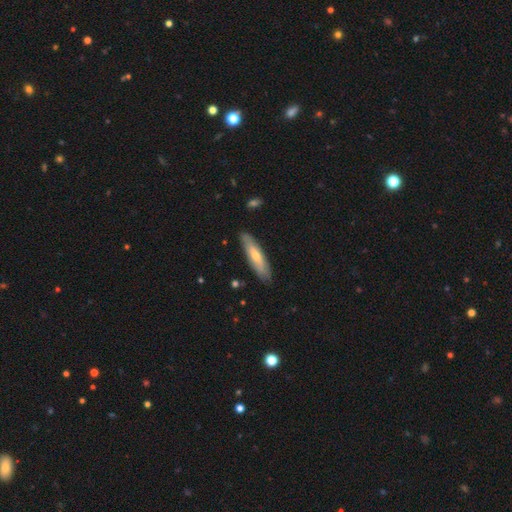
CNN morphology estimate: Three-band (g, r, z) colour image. It shows a smooth galaxy with no disk features (57%) that is cigar-shaped (71%). Merging: none (85%).